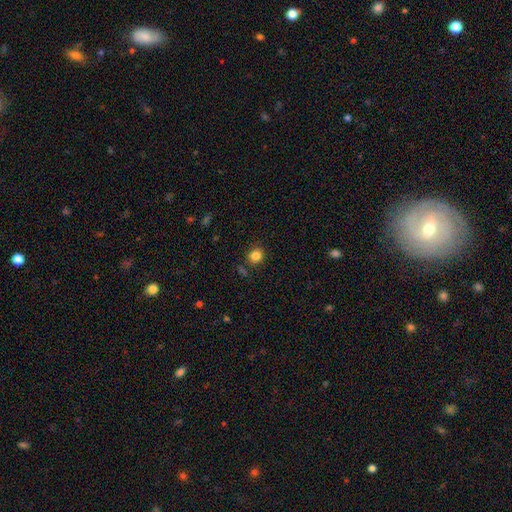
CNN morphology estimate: smooth-or-featured: smooth: 84% | star or artifact: 11% | featured or disk: 5%
  how-rounded: round: 82% | in between: 17% | cigar-shaped: 1%
  merging: none: 83% | minor disturbance: 10% | merger: 4% | major disturbance: 3%